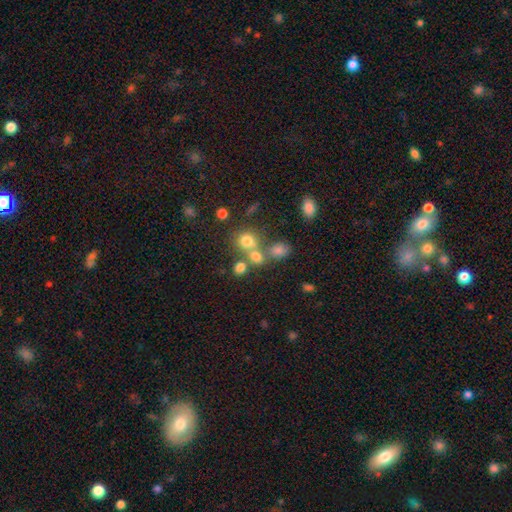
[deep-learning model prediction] Smooth or featured?
  - smooth: 67% *
  - star or artifact: 19%
  - featured or disk: 14%
How rounded?
  - round: 75% *
  - in between: 24%
  - cigar-shaped: 1%
Merging?
  - none: 47% *
  - merger: 40%
  - minor disturbance: 9%
  - major disturbance: 5%